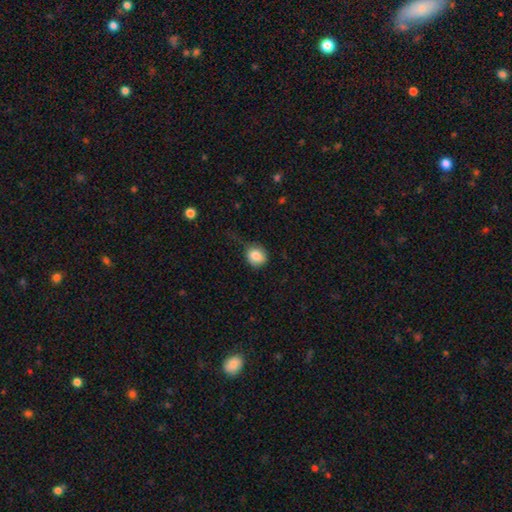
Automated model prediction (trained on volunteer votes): This is clearly a smooth galaxy (83%). How rounded: likely round (71%). Merging: possibly none (50%).